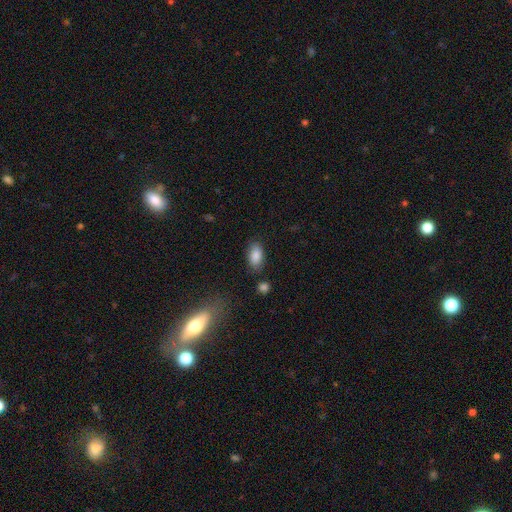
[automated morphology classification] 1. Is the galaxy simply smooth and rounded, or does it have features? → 86% smooth, 7% star or artifact, 6% featured or disk.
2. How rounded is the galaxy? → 92% in between, 5% round, 3% cigar-shaped.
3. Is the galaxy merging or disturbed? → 81% none, 13% minor disturbance, 3% merger, 3% major disturbance.